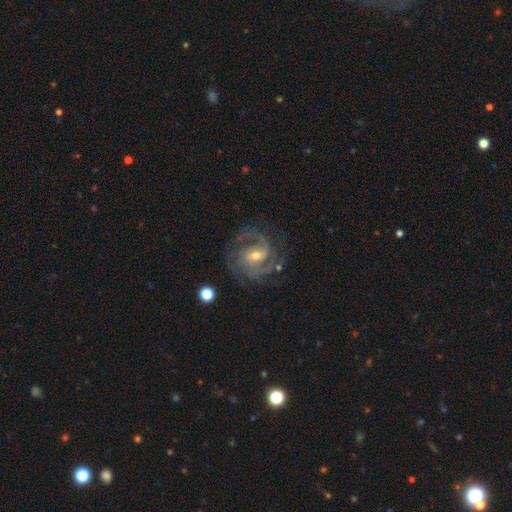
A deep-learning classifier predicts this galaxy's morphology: Smooth or featured?
  - featured or disk: 90% *
  - star or artifact: 6%
  - smooth: 4%
Edge-on disk?
  - no: 98% *
  - yes: 2%
Bar?
  - weak: 47% *
  - no: 32%
  - strong: 20%
Spiral arms?
  - yes: 98% *
  - no: 2%
Spiral winding?
  - medium: 46% *
  - tight: 45%
  - loose: 9%
Spiral arm count?
  - 2: 49% *
  - 3: 26%
  - can't tell: 11%
  - 4: 5%
  - 1: 5%
  - more than 4: 4%
Bulge size?
  - moderate: 49% *
  - small: 48%
  - large: 2%
  - none: 1%
  - dominant: 1%
Merging?
  - none: 74% *
  - minor disturbance: 16%
  - major disturbance: 9%
  - merger: 2%